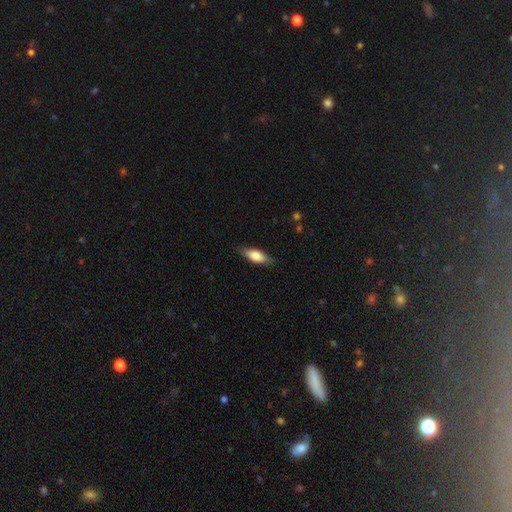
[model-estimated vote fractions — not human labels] Overall: smooth (72%). How rounded: in between (68%; cigar-shaped 30%). Merging: none (83%).